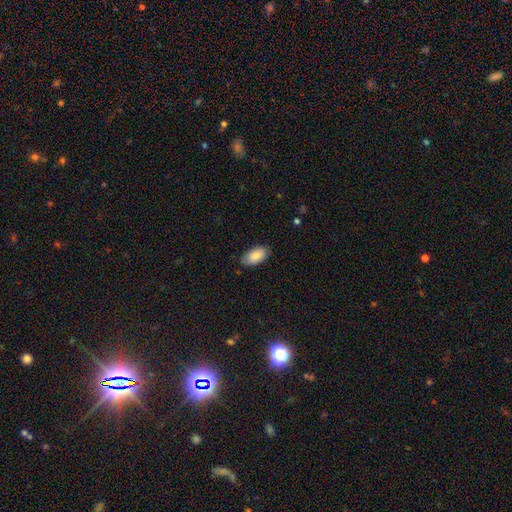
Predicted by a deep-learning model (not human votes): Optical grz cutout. It shows a smooth galaxy with no disk features (86%) that is in between round and cigar-shaped (95%). Merging: none (85%).